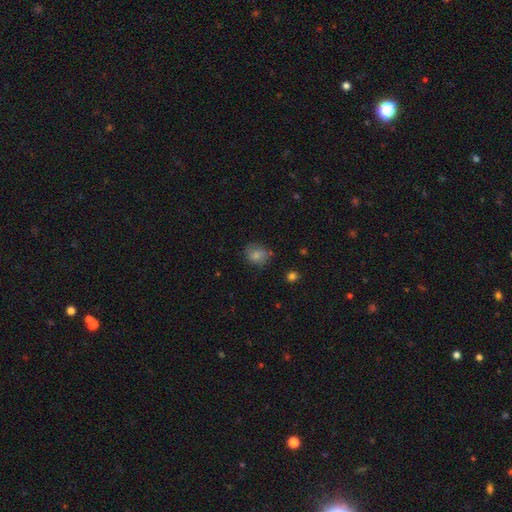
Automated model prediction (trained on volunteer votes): Smooth or featured: smooth — 66% (star or artifact — 18%)
How rounded: round — 69% (in between — 30%)
Merging: none — 72% (minor disturbance — 20%)